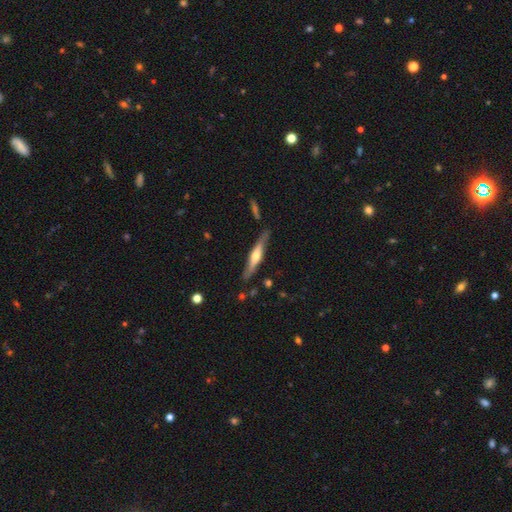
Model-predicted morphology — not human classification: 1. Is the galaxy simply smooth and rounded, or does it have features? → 62% featured or disk, 32% smooth, 5% star or artifact.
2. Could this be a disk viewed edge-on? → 93% yes, 7% no.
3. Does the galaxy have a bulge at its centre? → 84% rounded, 8% boxy, 7% none.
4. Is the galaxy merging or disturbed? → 81% none, 13% minor disturbance, 3% merger, 3% major disturbance.